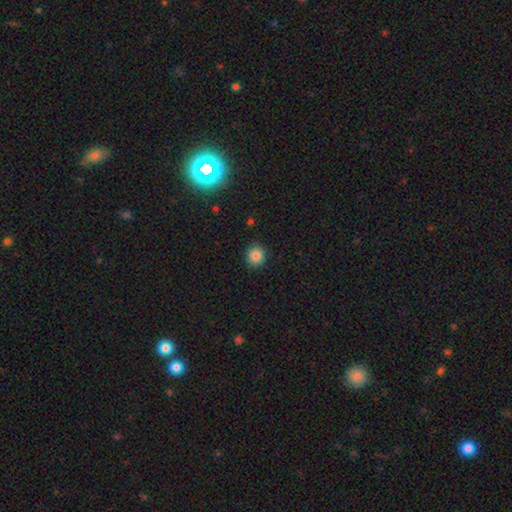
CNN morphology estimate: This appears to be a smooth galaxy with no disk features (84%) that is round (82%). Merging: none (90%).